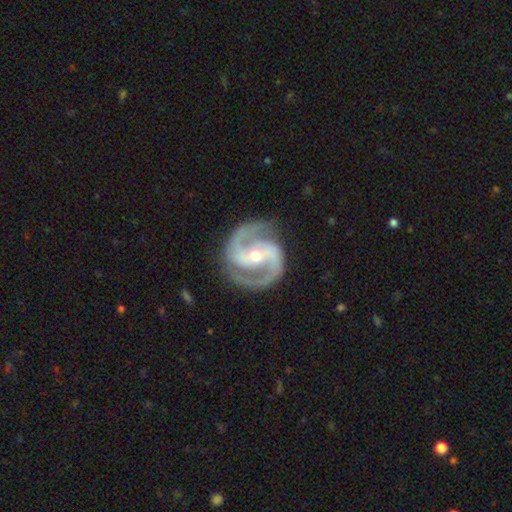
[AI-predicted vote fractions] smooth_or_featured: featured or disk (p=0.93) [alt: star or artifact p=0.04]
disk_edge_on: no (p=0.98) [alt: yes p=0.02]
bar: strong (p=0.48) [alt: weak p=0.30]
has_spiral_arms: yes (p=0.98) [alt: no p=0.02]
spiral_winding: medium (p=0.58) [alt: tight p=0.33]
spiral_arm_count: 2 (p=0.94) [alt: 3 p=0.02]
bulge_size: small (p=0.50) [alt: moderate p=0.46]
merging: none (p=0.85) [alt: minor disturbance p=0.11]